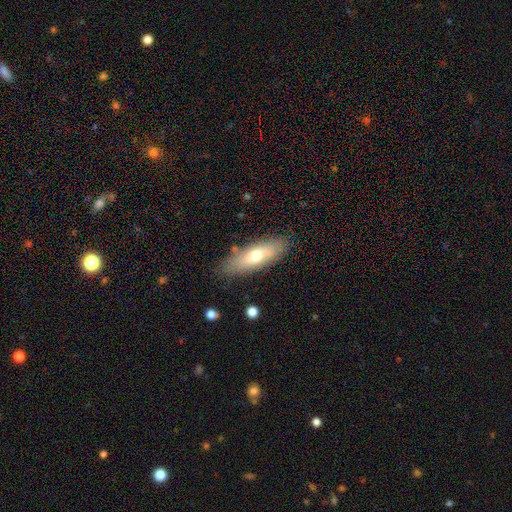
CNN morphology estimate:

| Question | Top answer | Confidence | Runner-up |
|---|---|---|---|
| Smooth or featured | smooth | 63% | featured or disk (31%) |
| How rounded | in between | 57% | cigar-shaped (41%) |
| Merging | none | 83% | minor disturbance (12%) |